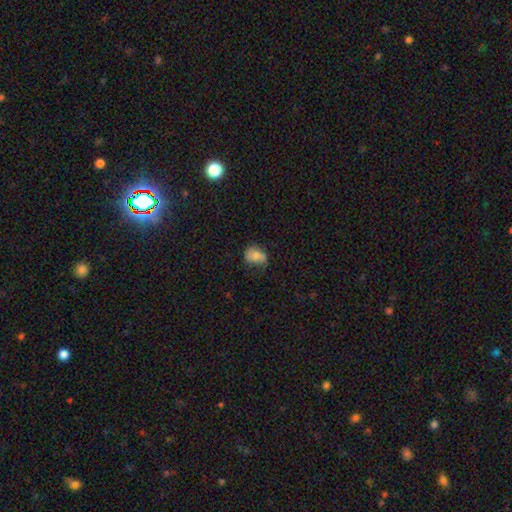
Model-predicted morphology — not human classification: Q: Smooth or featured?
A: smooth (71%); runner-up: featured or disk (20%)
Q: How rounded?
A: in between (61%); runner-up: round (38%)
Q: Merging?
A: none (50%); runner-up: minor disturbance (35%)